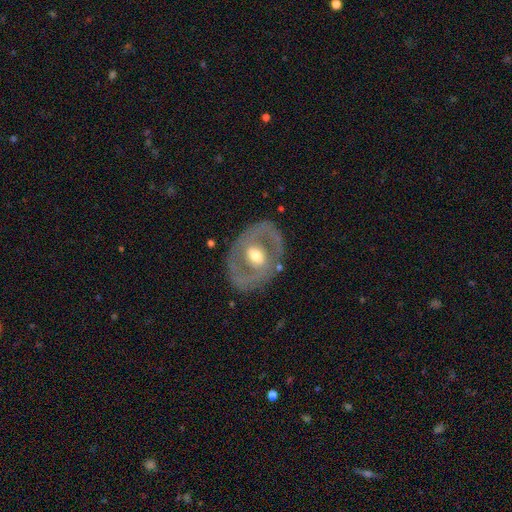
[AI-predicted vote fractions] Morphology: type=featured or disk (70%); edge-on=no (95%); bar=no (49%); spiral arms=no (63%); bulge=moderate (70%); merging=none (78%).